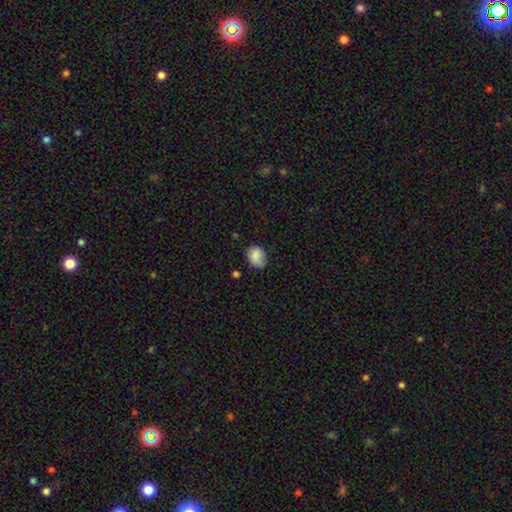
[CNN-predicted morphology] This appears to be a smooth galaxy with no disk features (82%) that is in between round and cigar-shaped (50%). Merging: none (58%).